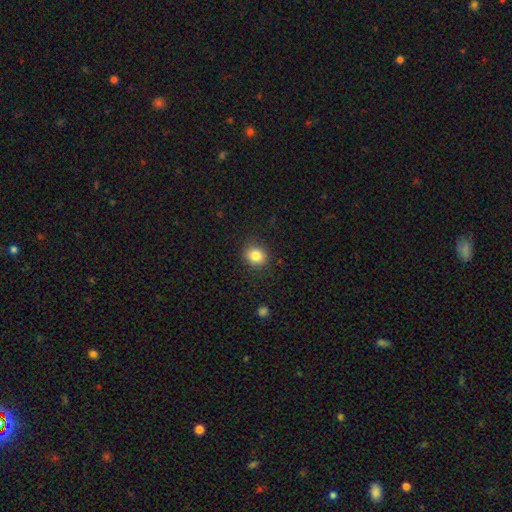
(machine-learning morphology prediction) A smooth galaxy with no disk features (83%) that is round (70%). Merging: none (88%).